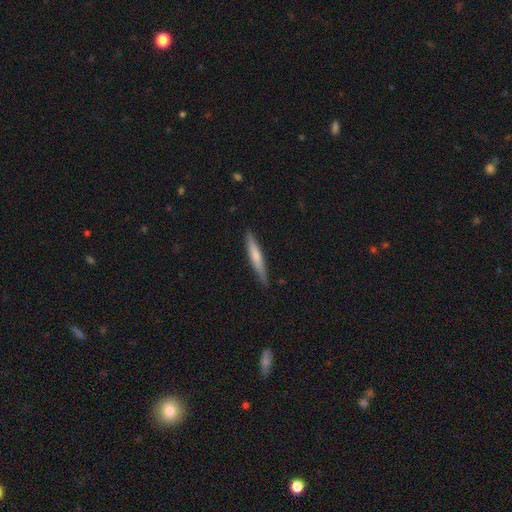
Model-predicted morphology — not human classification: Overall: smooth (60%; featured or disk 34%). How rounded: cigar-shaped (94%). Merging: none (87%).